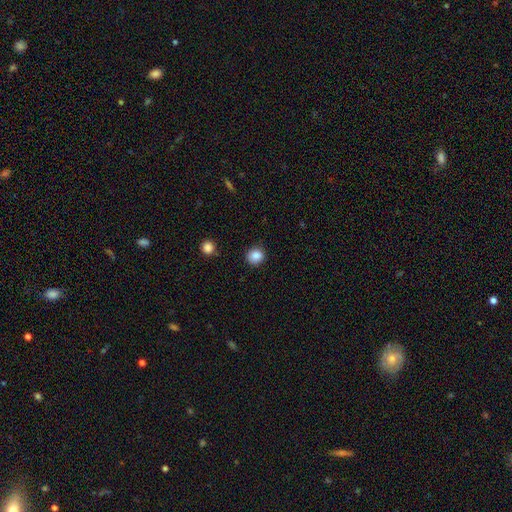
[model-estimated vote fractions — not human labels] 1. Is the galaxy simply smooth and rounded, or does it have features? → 87% smooth, 10% star or artifact, 3% featured or disk.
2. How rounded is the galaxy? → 86% round, 13% in between, 1% cigar-shaped.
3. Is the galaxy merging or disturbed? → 89% none, 7% minor disturbance, 2% major disturbance, 1% merger.